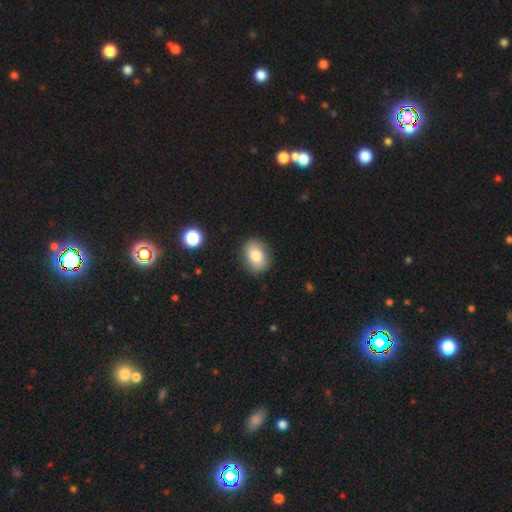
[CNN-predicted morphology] This is likely a smooth galaxy (80%). How rounded: likely in between (71%). Merging: clearly none (85%).